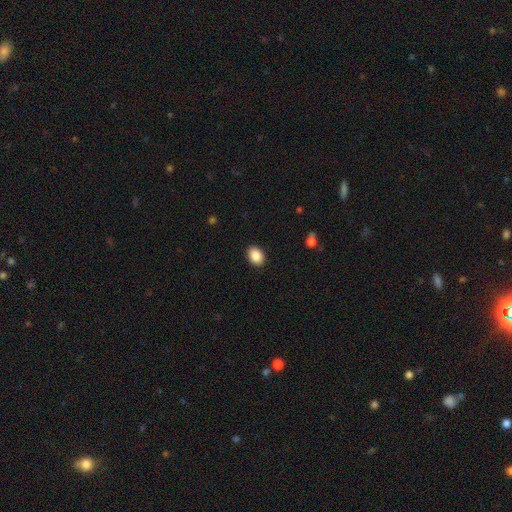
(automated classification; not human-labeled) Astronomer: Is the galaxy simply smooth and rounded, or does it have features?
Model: smooth — 89%.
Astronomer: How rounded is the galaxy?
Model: in between — 76%.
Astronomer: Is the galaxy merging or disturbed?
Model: none — 90%.